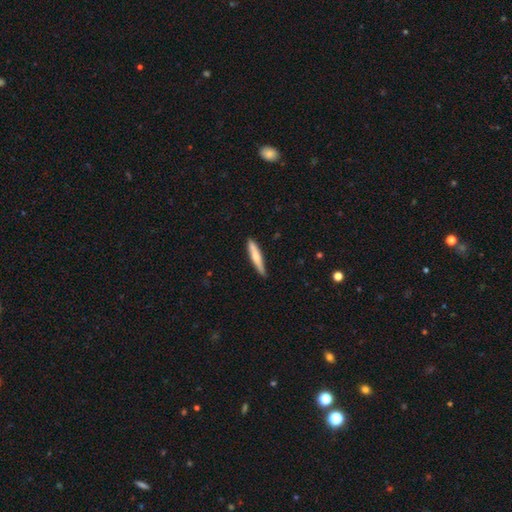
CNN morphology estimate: Smooth or featured? smooth (64%)
How rounded? cigar-shaped (91%)
Merging? none (83%)